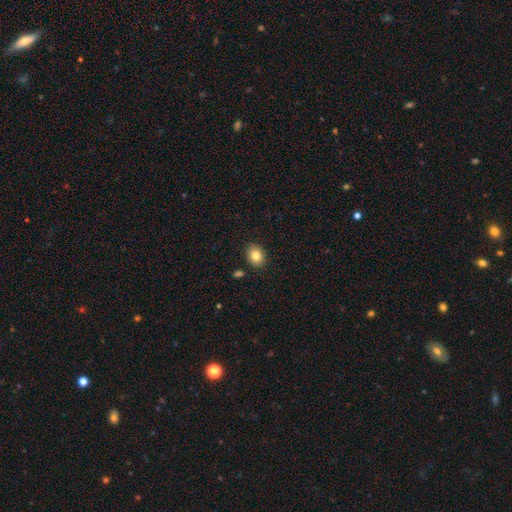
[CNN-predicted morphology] Smooth or featured?
  - smooth: 84% *
  - star or artifact: 9%
  - featured or disk: 7%
How rounded?
  - in between: 51% *
  - round: 48%
  - cigar-shaped: 1%
Merging?
  - none: 88% *
  - minor disturbance: 8%
  - merger: 2%
  - major disturbance: 2%